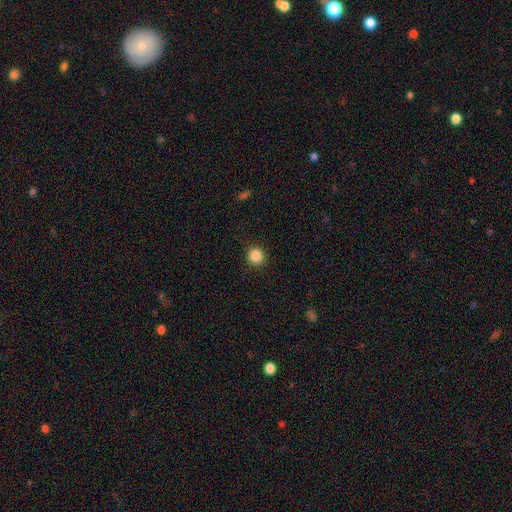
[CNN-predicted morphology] smooth_or_featured: smooth (p=0.87) [alt: star or artifact p=0.10]
how_rounded: round (p=0.93) [alt: in between p=0.06]
merging: none (p=0.91) [alt: minor disturbance p=0.05]